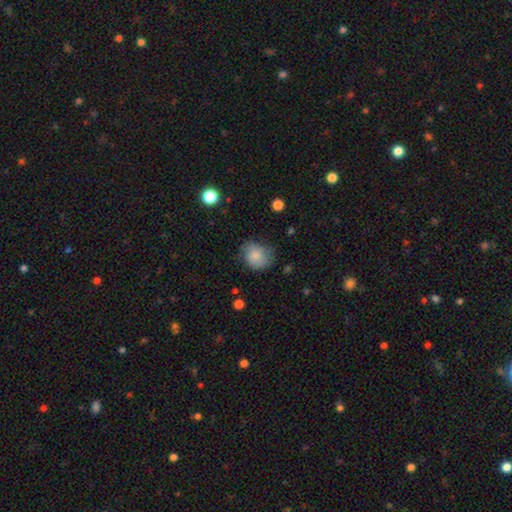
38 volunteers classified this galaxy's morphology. Overall: smooth (79%). How rounded: round (77%). Merging: none (80%).